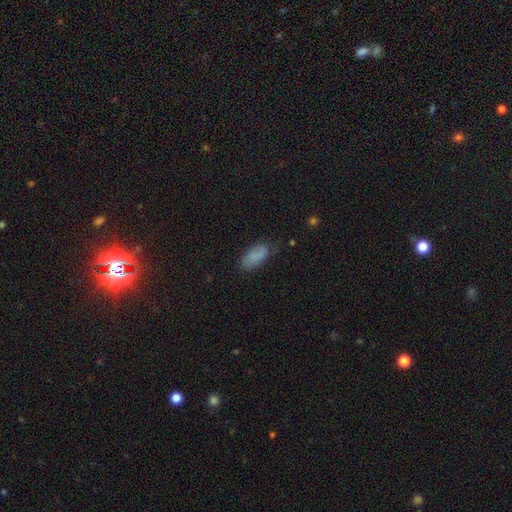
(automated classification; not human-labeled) Q: Smooth or featured?
A: smooth (83%); runner-up: featured or disk (10%)
Q: How rounded?
A: in between (89%); runner-up: cigar-shaped (9%)
Q: Merging?
A: none (67%); runner-up: minor disturbance (24%)